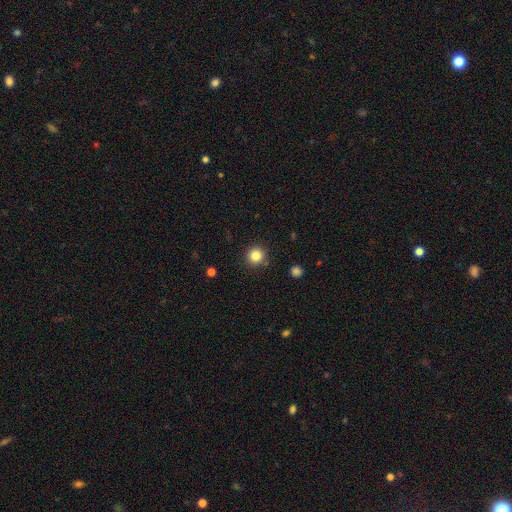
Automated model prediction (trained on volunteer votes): Smooth or featured?
  - smooth: 83% *
  - star or artifact: 12%
  - featured or disk: 5%
How rounded?
  - round: 94% *
  - in between: 5%
  - cigar-shaped: 1%
Merging?
  - none: 89% *
  - minor disturbance: 6%
  - merger: 2%
  - major disturbance: 2%